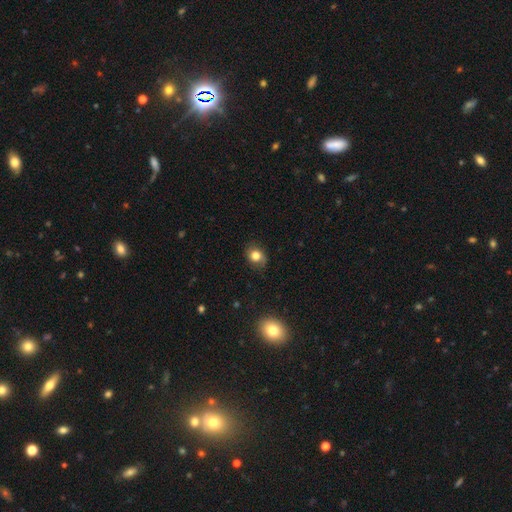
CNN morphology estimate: This is likely a smooth galaxy (76%). How rounded: possibly round (54%). Merging: likely none (72%).